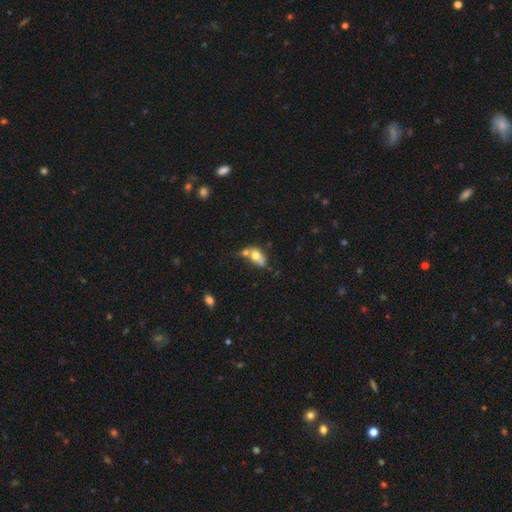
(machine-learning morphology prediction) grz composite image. It shows a smooth galaxy with no disk features (67%) that is in between round and cigar-shaped (80%). Merging: merger (48%).